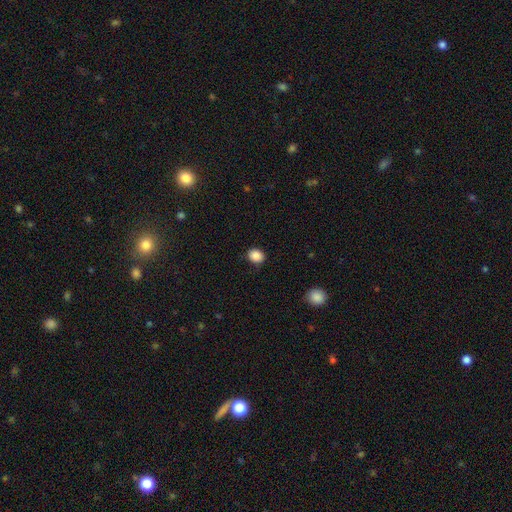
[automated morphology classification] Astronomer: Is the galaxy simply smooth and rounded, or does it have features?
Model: smooth — 88%.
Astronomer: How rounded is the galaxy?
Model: round — 59% (runner-up: in between, 41%).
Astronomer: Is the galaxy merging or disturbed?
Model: none — 85%.